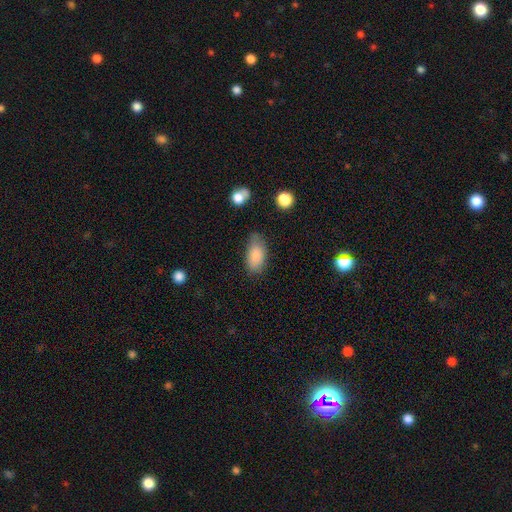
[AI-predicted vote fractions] A smooth galaxy with no disk features (86%) that is in between round and cigar-shaped (92%). Merging: none (66%).